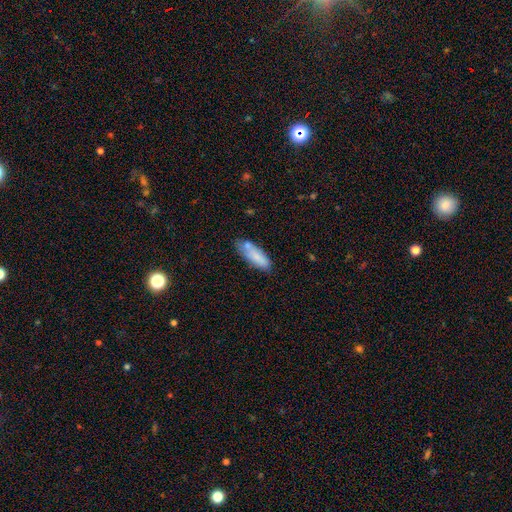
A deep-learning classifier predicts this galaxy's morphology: Smooth or featured: smooth — 77% (featured or disk — 16%)
How rounded: in between — 58% (cigar-shaped — 41%)
Merging: none — 61% (minor disturbance — 23%)